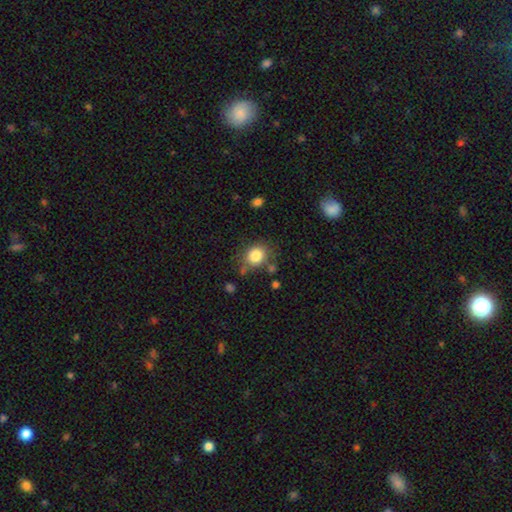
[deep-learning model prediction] Smooth or featured? Predicted: smooth (p=0.83). How rounded? Predicted: round (p=0.68). Merging? Predicted: none (p=0.72).